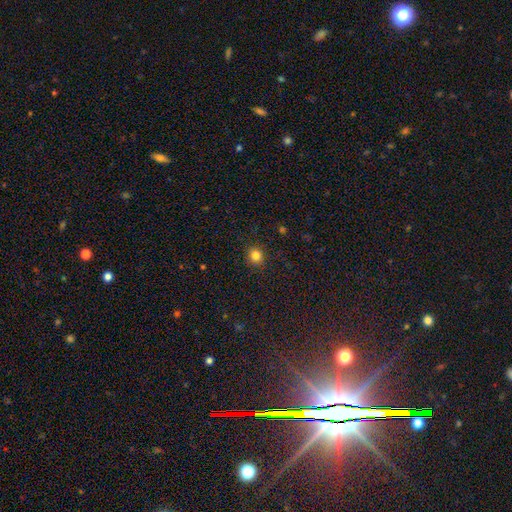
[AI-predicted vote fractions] A smooth galaxy with no disk features (83%) that is round (88%).

Vote fractions:
- Smooth or featured? smooth: 83% / star or artifact: 13% / featured or disk: 5%
- How rounded? round: 88% / in between: 11% / cigar-shaped: 1%
- Merging? none: 90% / minor disturbance: 7% / major disturbance: 2% / merger: 1%